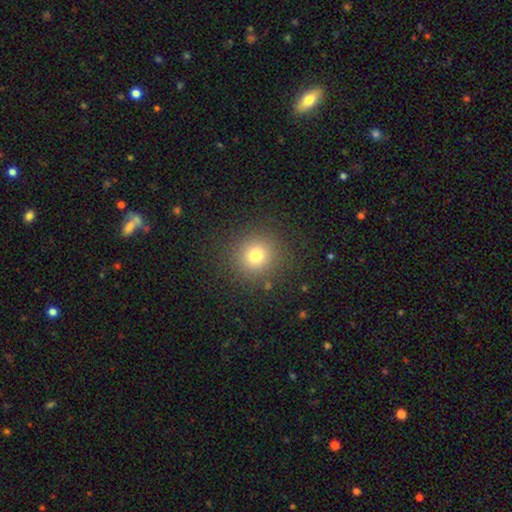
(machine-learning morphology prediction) Smooth or featured? smooth (75%)
How rounded? round (92%)
Merging? none (88%)